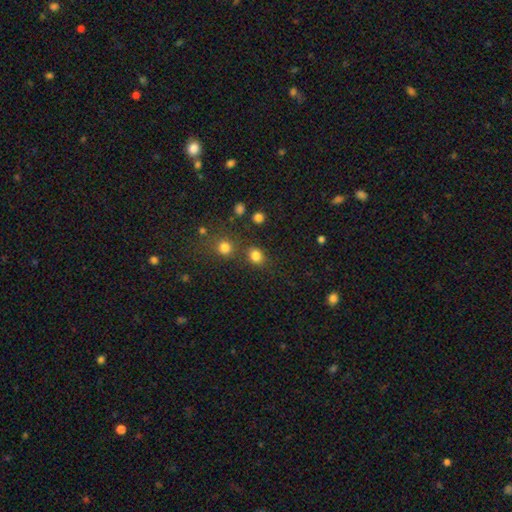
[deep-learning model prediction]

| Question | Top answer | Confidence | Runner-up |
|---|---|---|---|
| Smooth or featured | smooth | 82% | star or artifact (14%) |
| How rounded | round | 66% | in between (33%) |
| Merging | none | 75% | merger (12%) |